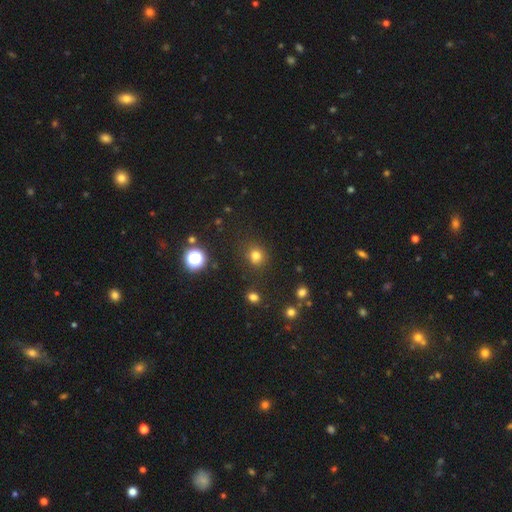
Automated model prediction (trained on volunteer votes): smooth 75%, star or artifact 19%, featured or disk 6%. Down the decision tree: how rounded — round (84%); merging — none (81%).